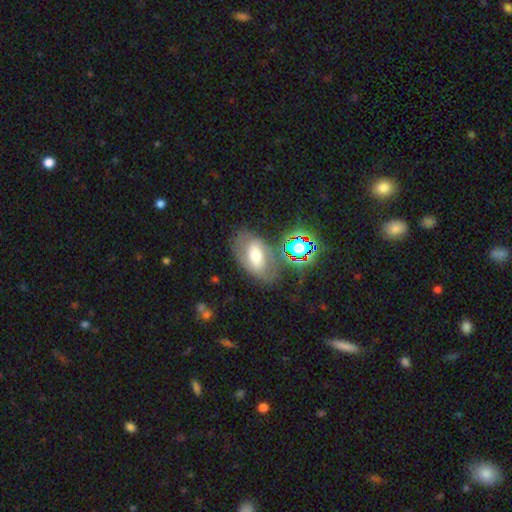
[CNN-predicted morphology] smooth_or_featured: smooth (p=0.43) [alt: featured or disk p=0.42]
merging: none (p=0.62) [alt: minor disturbance p=0.19]